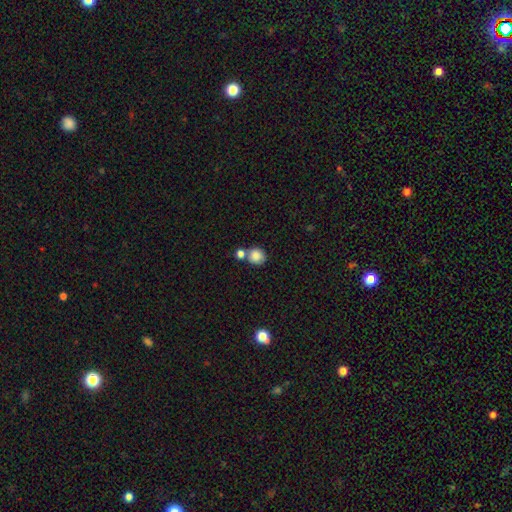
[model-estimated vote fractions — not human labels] The model was most divided on "merging": none: 53%, merger: 34%, minor disturbance: 9%, major disturbance: 4%. More confident: smooth or featured — smooth (85%); how rounded — round (85%).